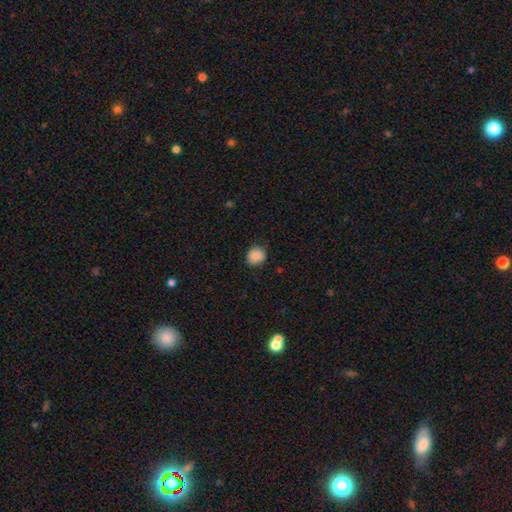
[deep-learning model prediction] smooth 88%, star or artifact 8%, featured or disk 3%. Down the decision tree: how rounded — round (72%); merging — none (85%).